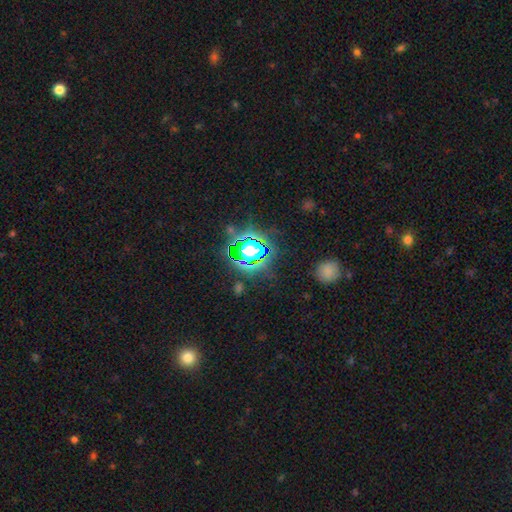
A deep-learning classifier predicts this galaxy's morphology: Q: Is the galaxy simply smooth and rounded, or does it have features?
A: star or artifact — 78%.